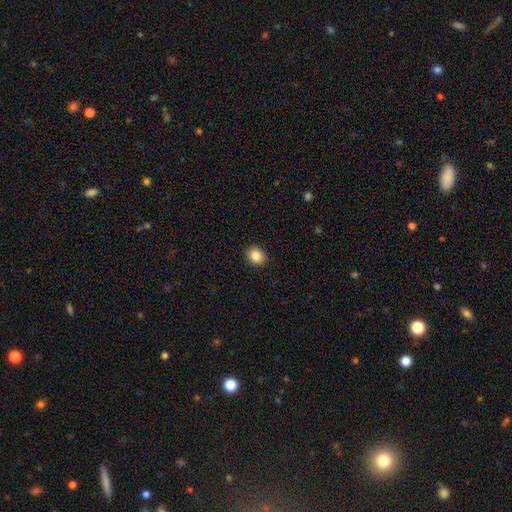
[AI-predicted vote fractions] Smooth or featured? Predicted: smooth (p=0.86). How rounded? Predicted: round (p=0.66). Merging? Predicted: none (p=0.90).